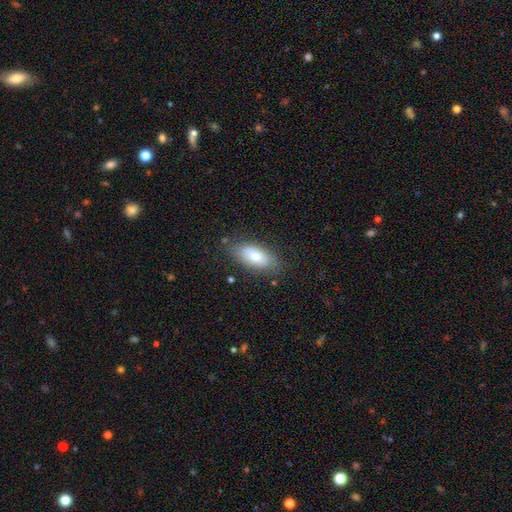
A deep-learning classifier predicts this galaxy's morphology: Q: Smooth or featured?
A: smooth (70%); runner-up: featured or disk (23%)
Q: How rounded?
A: in between (88%); runner-up: cigar-shaped (9%)
Q: Merging?
A: none (75%); runner-up: minor disturbance (19%)